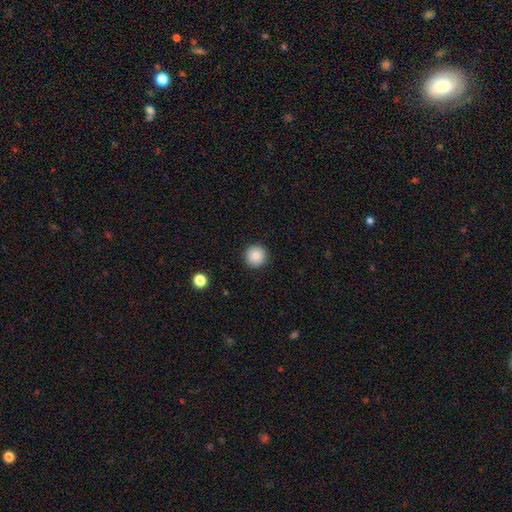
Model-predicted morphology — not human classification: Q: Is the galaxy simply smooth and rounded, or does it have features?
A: smooth — 86%.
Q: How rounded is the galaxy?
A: round — 96%.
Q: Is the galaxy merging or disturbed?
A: none — 92%.